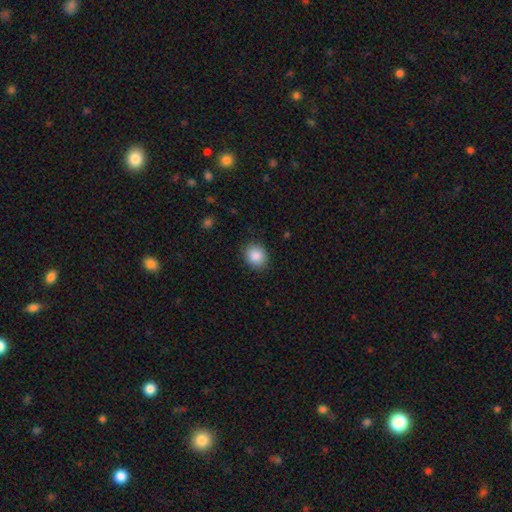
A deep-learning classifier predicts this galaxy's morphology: The model was most divided on "how rounded": round: 68%, in between: 31%, cigar-shaped: 1%. More confident: smooth or featured — smooth (88%); merging — none (87%).